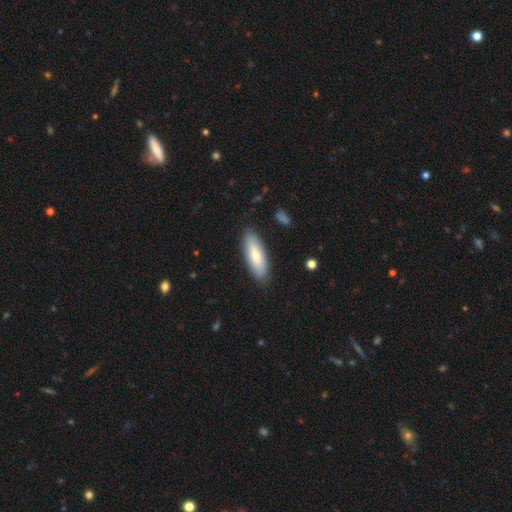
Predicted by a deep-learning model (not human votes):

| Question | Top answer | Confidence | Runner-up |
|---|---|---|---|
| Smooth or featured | smooth | 72% | featured or disk (23%) |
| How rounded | in between | 65% | cigar-shaped (33%) |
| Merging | none | 85% | minor disturbance (11%) |